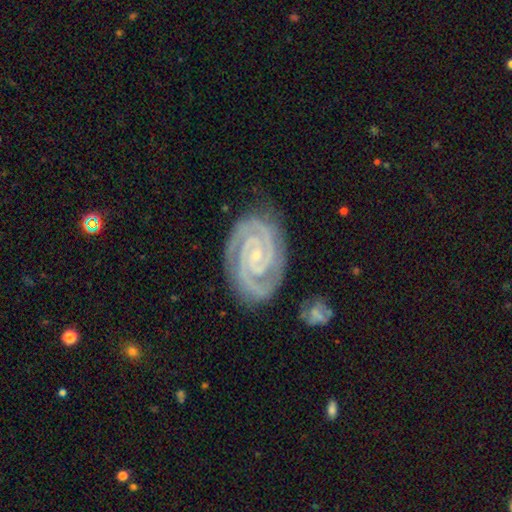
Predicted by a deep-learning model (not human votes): Smooth or featured: featured or disk — 93% (star or artifact — 5%)
Edge-on disk: no — 98% (yes — 2%)
Bar: no — 55% (weak — 29%)
Spiral arms: yes — 99% (no — 1%)
Spiral winding: tight — 81% (medium — 17%)
Spiral arm count: 2 — 84% (3 — 9%)
Bulge size: small — 80% (moderate — 14%)
Merging: none — 82% (minor disturbance — 13%)